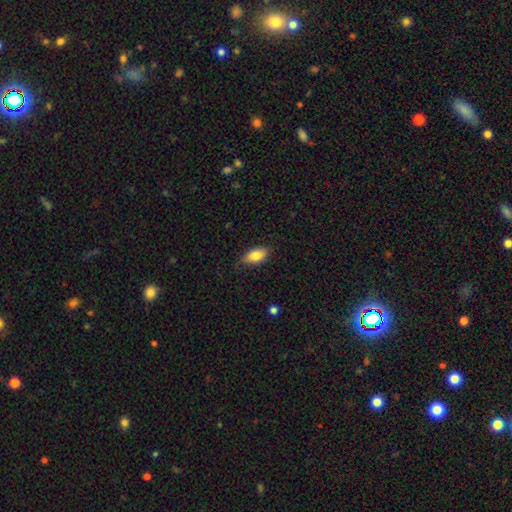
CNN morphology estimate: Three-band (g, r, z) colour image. It shows a smooth galaxy with no disk features (80%) that is in between round and cigar-shaped (88%). Merging: none (76%).